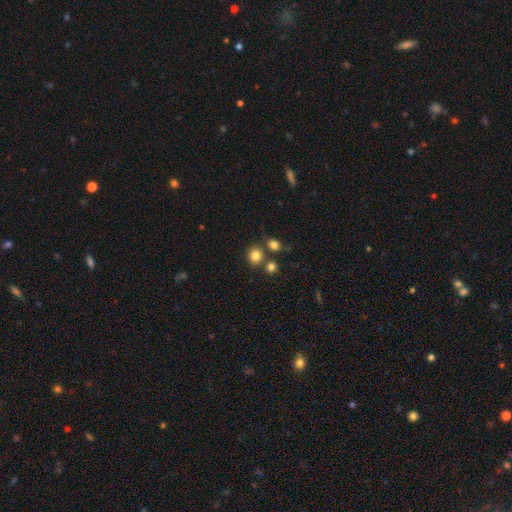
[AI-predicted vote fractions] Smooth or featured: smooth — 82% (star or artifact — 12%)
How rounded: round — 82% (in between — 17%)
Merging: none — 71% (merger — 16%)